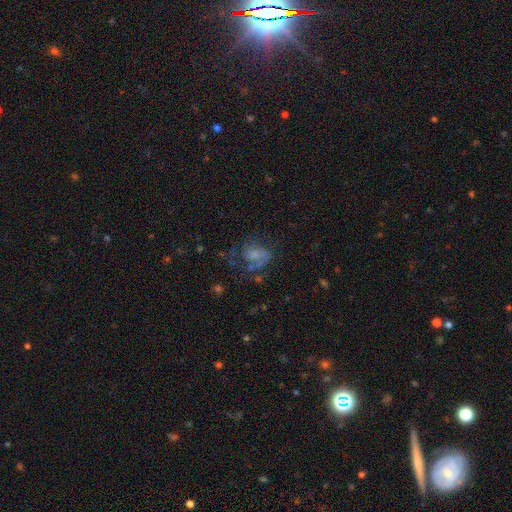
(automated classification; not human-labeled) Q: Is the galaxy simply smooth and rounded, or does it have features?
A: smooth — 51%.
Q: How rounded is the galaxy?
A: in between — 56%.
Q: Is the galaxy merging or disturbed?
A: none — 38%.